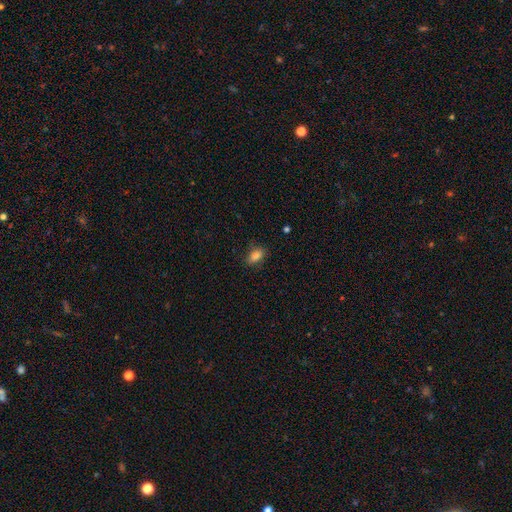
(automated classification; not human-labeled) This is clearly a smooth galaxy (84%). How rounded: clearly in between (85%). Merging: clearly none (82%).